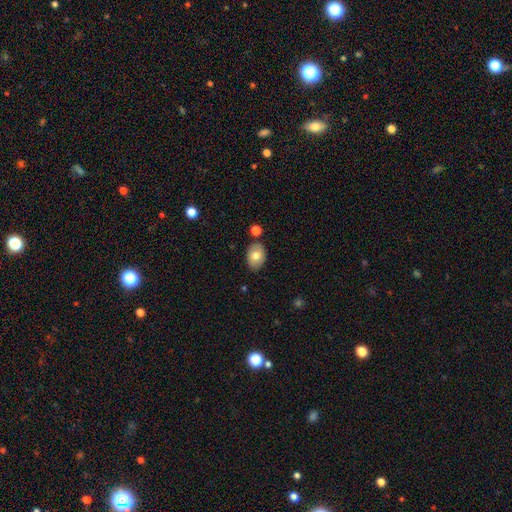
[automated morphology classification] This appears to be a smooth galaxy with no disk features (75%) that is in between round and cigar-shaped (79%). Merging: none (81%).